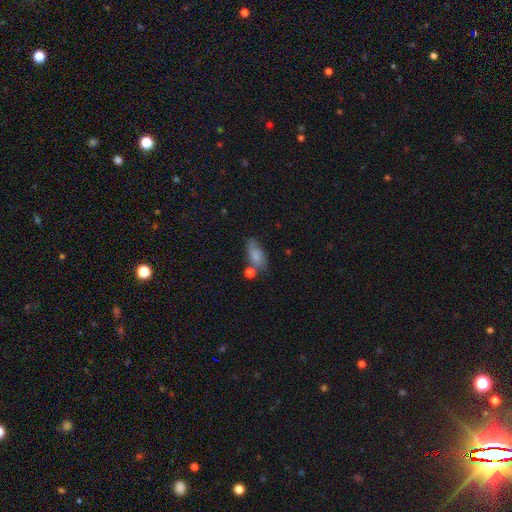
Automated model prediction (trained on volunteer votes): smooth 79%, featured or disk 13%, star or artifact 8%. Down the decision tree: how rounded — in between (83%); merging — none (51%).